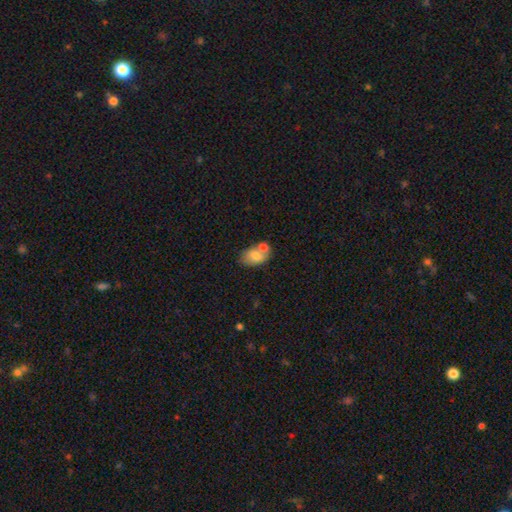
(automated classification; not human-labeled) Smooth or featured?
  - smooth: 73% *
  - featured or disk: 20%
  - star or artifact: 8%
How rounded?
  - in between: 84% *
  - round: 14%
  - cigar-shaped: 1%
Merging?
  - merger: 41% *
  - none: 40%
  - minor disturbance: 15%
  - major disturbance: 5%